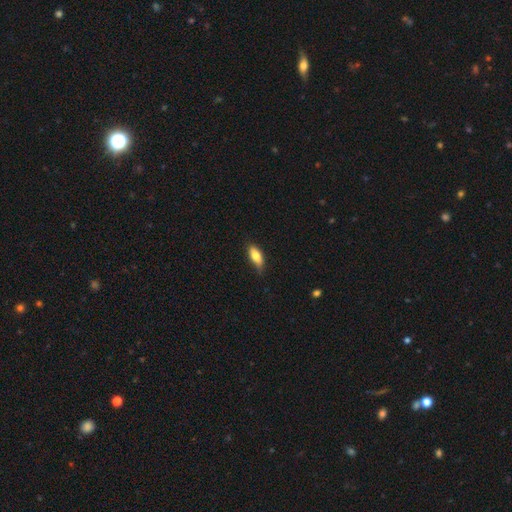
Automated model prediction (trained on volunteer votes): Smooth or featured? Predicted: smooth (p=0.77). How rounded? Predicted: in between (p=0.77). Merging? Predicted: none (p=0.67).